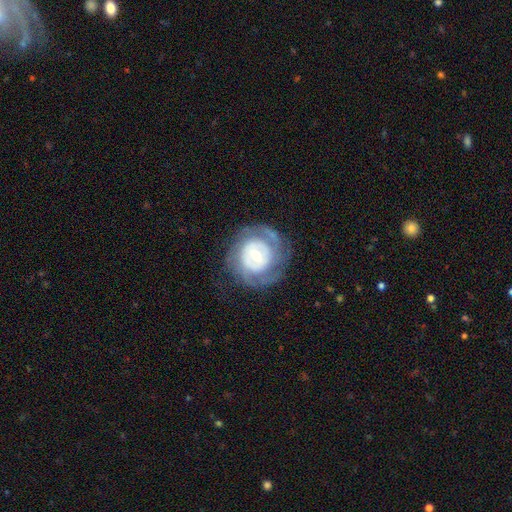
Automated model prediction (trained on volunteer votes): A featured or disk galaxy (77%) with a weak bar (46%), tight (68%) spiral arms (81%) and a moderate central bulge (56%). Merging: none (71%).